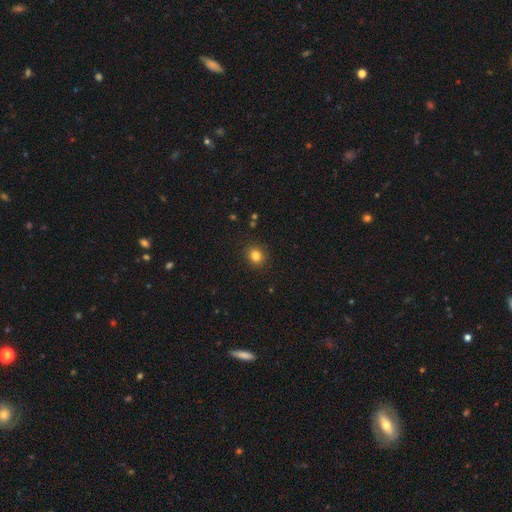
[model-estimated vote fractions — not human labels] Morphology: type=smooth (82%); roundness=round (78%); merging=none (90%).